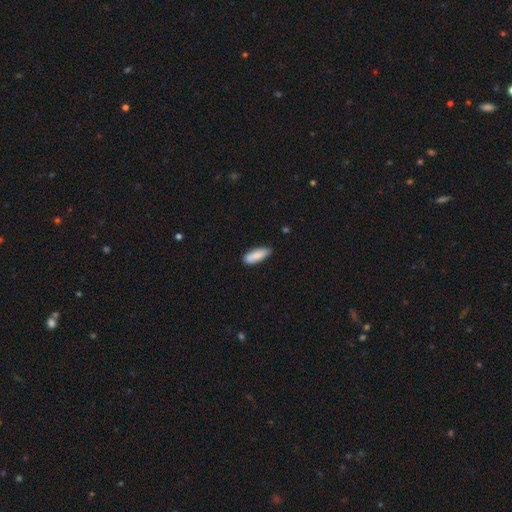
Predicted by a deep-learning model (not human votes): Morphology: type=smooth (86%); roundness=in between (53%); merging=none (75%).